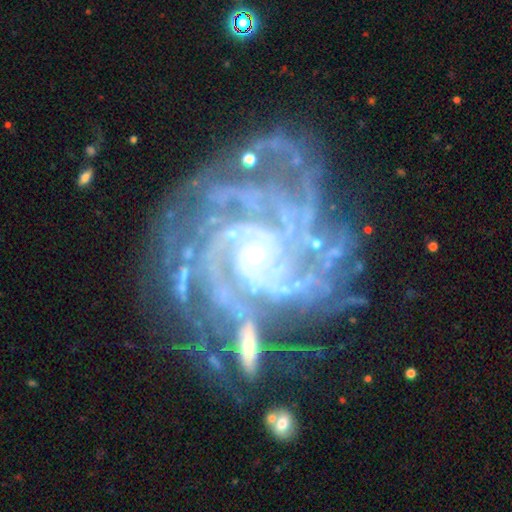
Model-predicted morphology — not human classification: Smooth or featured? featured or disk (93%)
Edge-on disk? no (98%)
Bar? no (68%)
Spiral arms? yes (99%)
Spiral winding? tight (73%)
Spiral arm count? more than 4 (28%)
Bulge size? small (84%)
Merging? none (61%)